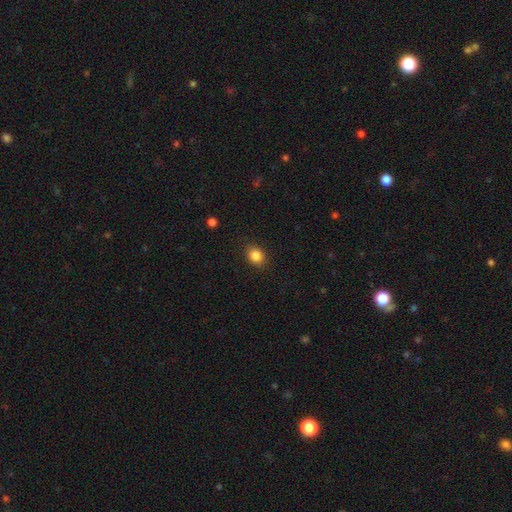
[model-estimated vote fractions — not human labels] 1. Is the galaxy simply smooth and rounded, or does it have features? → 85% smooth, 10% star or artifact, 5% featured or disk.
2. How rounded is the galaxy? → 52% round, 47% in between, 1% cigar-shaped.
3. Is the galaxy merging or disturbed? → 87% none, 9% minor disturbance, 3% major disturbance, 1% merger.